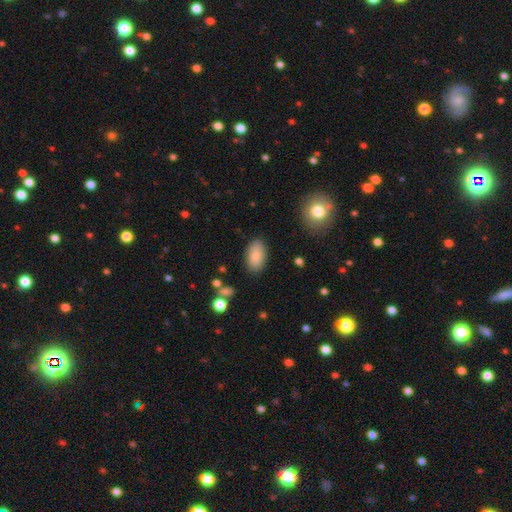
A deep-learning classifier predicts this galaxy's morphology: Smooth or featured? Predicted: smooth (p=0.86). How rounded? Predicted: in between (p=0.94). Merging? Predicted: none (p=0.85).